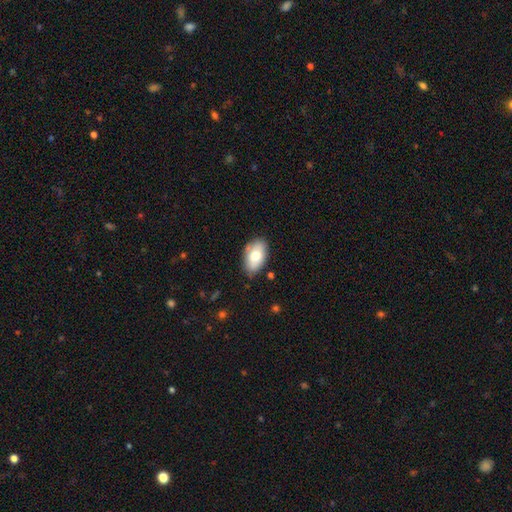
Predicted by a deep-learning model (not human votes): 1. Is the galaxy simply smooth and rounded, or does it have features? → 74% smooth, 19% featured or disk, 7% star or artifact.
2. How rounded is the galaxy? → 93% in between, 5% round, 2% cigar-shaped.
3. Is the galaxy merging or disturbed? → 77% none, 18% minor disturbance, 3% major disturbance, 2% merger.